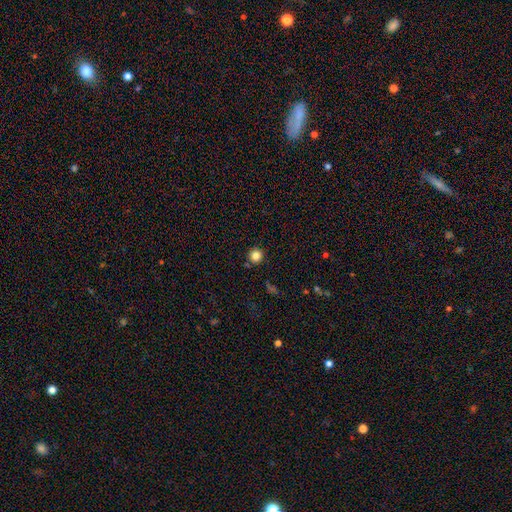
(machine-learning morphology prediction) type=smooth (83%); roundness=round (94%); merging=none (88%).